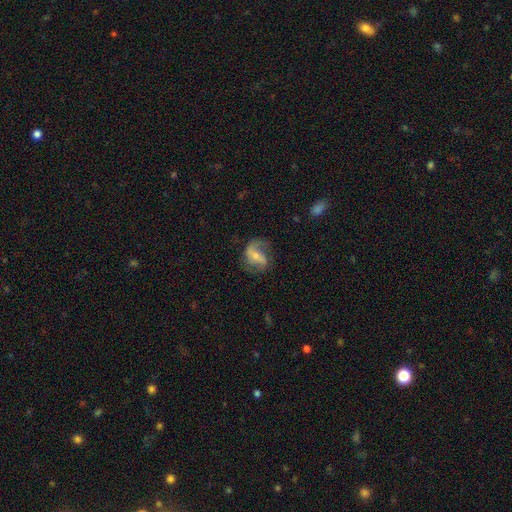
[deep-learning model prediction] smooth-or-featured: featured or disk: 70% | smooth: 23% | star or artifact: 7%
  disk-edge-on: no: 96% | yes: 4%
    bar: weak: 38% | strong: 36% | no: 26%
    has-spiral-arms: yes: 88% | no: 12%
      spiral-winding: loose: 49% | medium: 38% | tight: 13%
      spiral-arm-count: 2: 74% | 1: 16% | can't tell: 6% | 3: 1% | 4: 1% | more than 4: 1%
    bulge-size: small: 54% | moderate: 35% | none: 7% | large: 3% | dominant: 1%
  merging: none: 59% | minor disturbance: 21% | major disturbance: 17% | merger: 2%